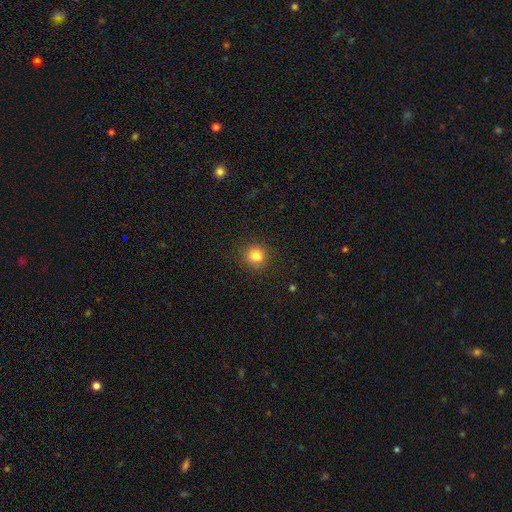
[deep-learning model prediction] Overall: smooth (83%). How rounded: round (88%). Merging: none (88%).